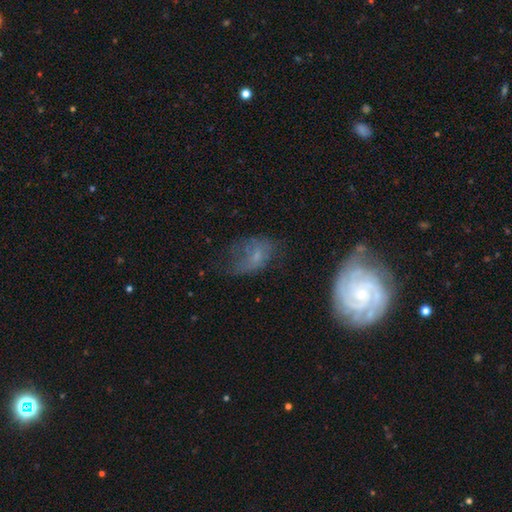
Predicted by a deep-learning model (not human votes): smooth-or-featured: featured or disk: 47% | smooth: 39% | star or artifact: 13%
  merging: none: 36% | major disturbance: 30% | minor disturbance: 28% | merger: 5%